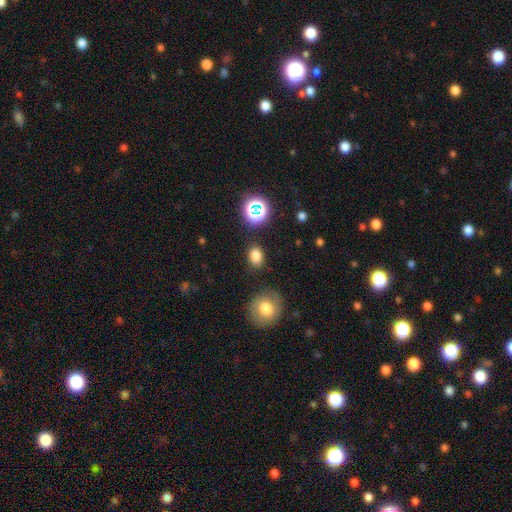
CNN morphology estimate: Overall: smooth (79%). How rounded: in between (71%). Merging: none (84%).